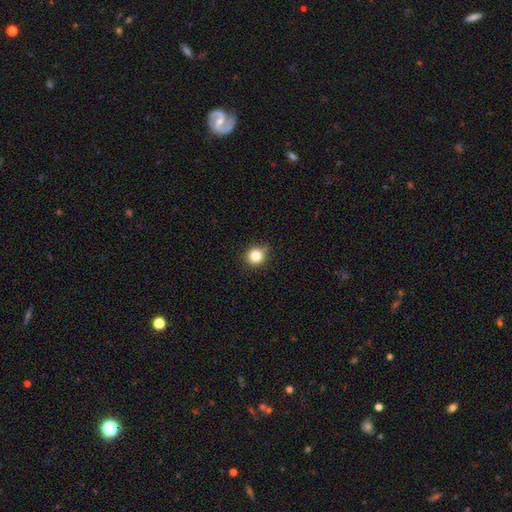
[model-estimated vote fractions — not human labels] The model was most divided on "merging": none: 82%, minor disturbance: 14%, major disturbance: 3%, merger: 1%. More confident: how rounded — round (91%); smooth or featured — smooth (84%).